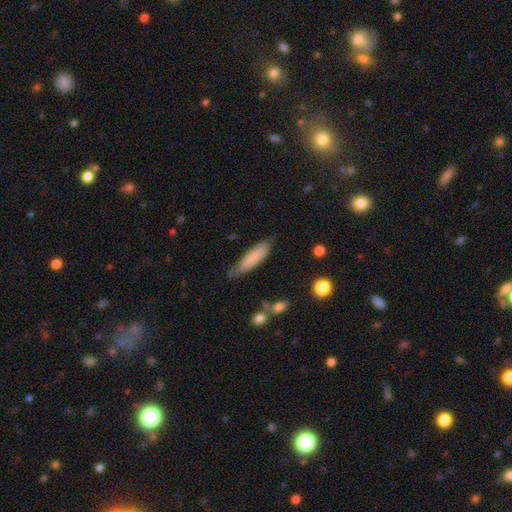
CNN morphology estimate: Smooth or featured: smooth — 80% (featured or disk — 14%)
How rounded: cigar-shaped — 64% (in between — 35%)
Merging: none — 75% (minor disturbance — 19%)